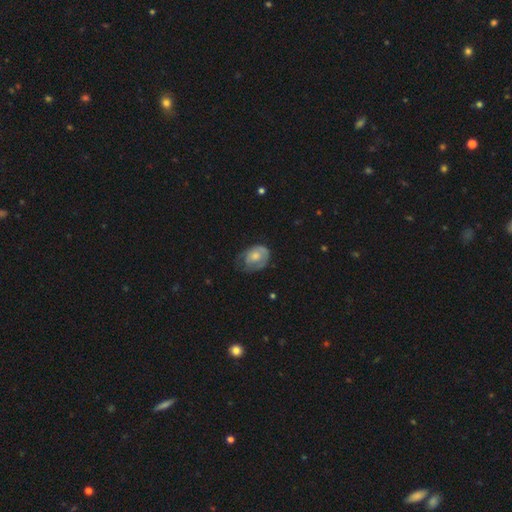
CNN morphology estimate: smooth-or-featured: smooth: 50% | featured or disk: 43% | star or artifact: 7%
  how-rounded: in between: 66% | round: 33% | cigar-shaped: 1%
  merging: none: 43% | minor disturbance: 34% | major disturbance: 21% | merger: 2%